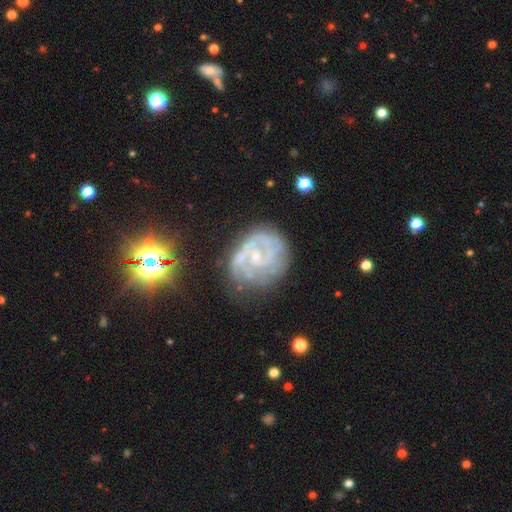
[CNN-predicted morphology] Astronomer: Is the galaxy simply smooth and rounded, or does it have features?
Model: featured or disk — 82%.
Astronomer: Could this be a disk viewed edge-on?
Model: no — 98%.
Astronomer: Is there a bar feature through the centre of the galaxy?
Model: no — 56% (runner-up: weak, 36%).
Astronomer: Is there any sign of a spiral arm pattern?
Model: yes — 88%.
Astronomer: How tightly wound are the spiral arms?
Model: tight — 54% (runner-up: medium, 36%).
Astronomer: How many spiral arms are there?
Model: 2 — 38% (runner-up: can't tell, 31%).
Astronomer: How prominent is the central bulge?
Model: small — 75%.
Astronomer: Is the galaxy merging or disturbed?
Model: none — 60%.